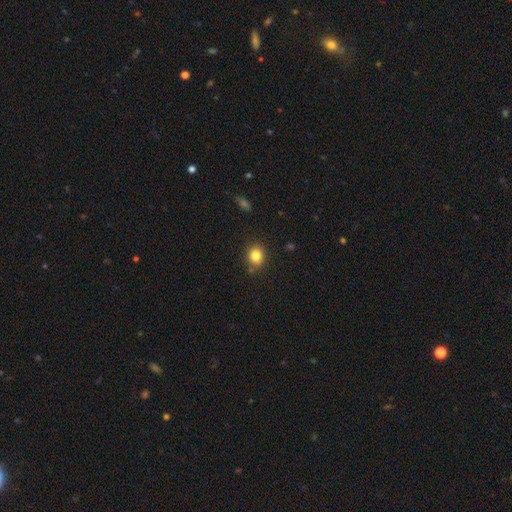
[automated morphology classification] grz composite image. It shows a smooth galaxy with no disk features (82%) that is round (71%). Merging: none (83%).